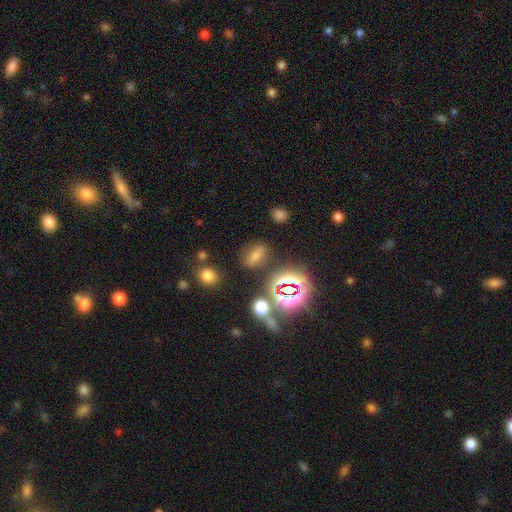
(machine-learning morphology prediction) Smooth or featured? Predicted: smooth (p=0.46). Merging? Predicted: none (p=0.76).